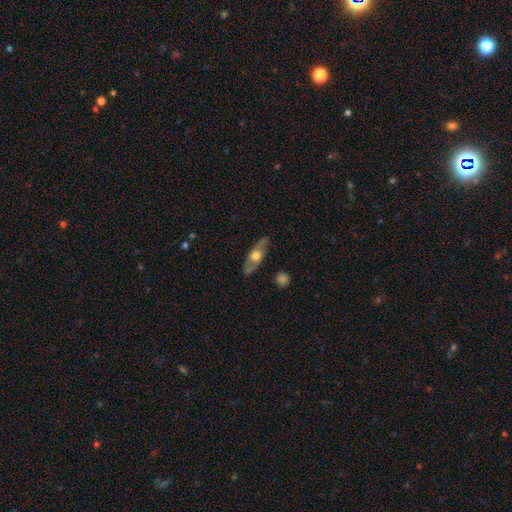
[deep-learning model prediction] Q: Smooth or featured?
A: featured or disk (51%); runner-up: smooth (44%)
Q: Edge-on disk?
A: yes (53%); runner-up: no (47%)
Q: Merging?
A: none (84%); runner-up: minor disturbance (12%)